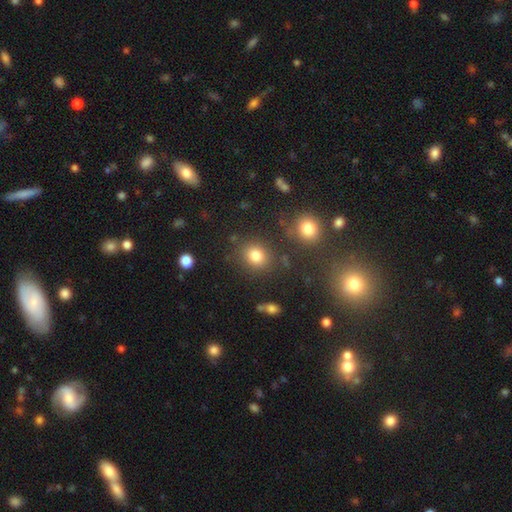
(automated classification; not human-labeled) Overall: smooth (81%). How rounded: round (71%). Merging: none (80%).